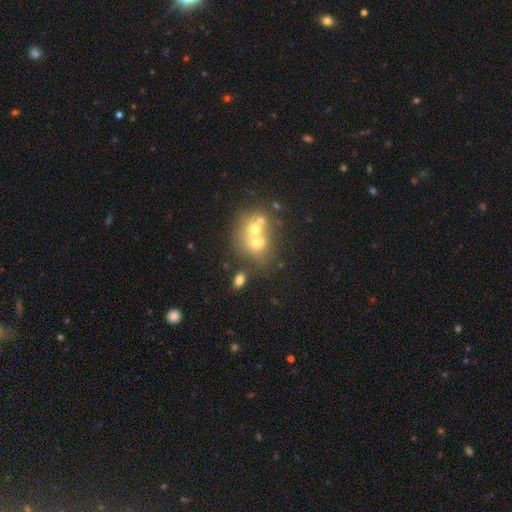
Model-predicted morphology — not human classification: Overall: smooth (51%; featured or disk 30%). How rounded: round (67%; in between 32%). Merging: merger (62%; none 28%).